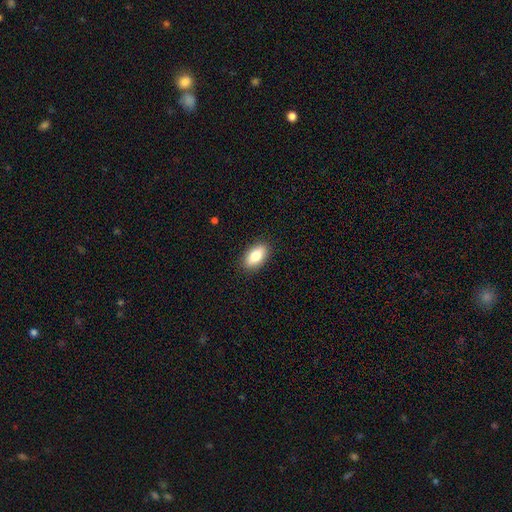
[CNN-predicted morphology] This is clearly a smooth galaxy (81%). How rounded: clearly in between (90%). Merging: clearly none (89%).